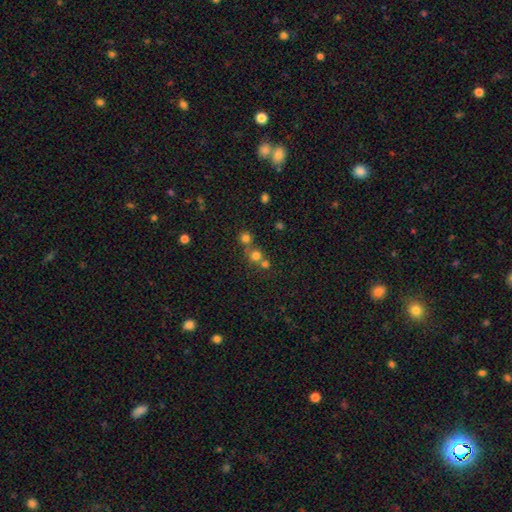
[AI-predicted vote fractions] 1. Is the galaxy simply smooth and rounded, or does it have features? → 70% smooth, 20% star or artifact, 10% featured or disk.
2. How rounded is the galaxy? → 88% round, 10% in between, 1% cigar-shaped.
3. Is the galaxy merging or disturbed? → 52% none, 39% merger, 6% minor disturbance, 3% major disturbance.